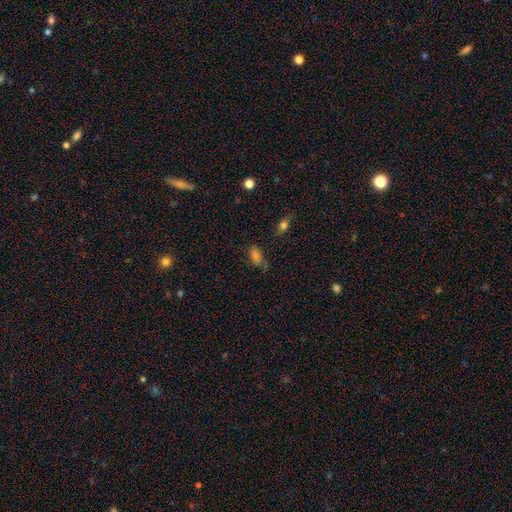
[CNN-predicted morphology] This is likely a smooth galaxy (71%). How rounded: clearly in between (87%). Merging: likely none (66%).